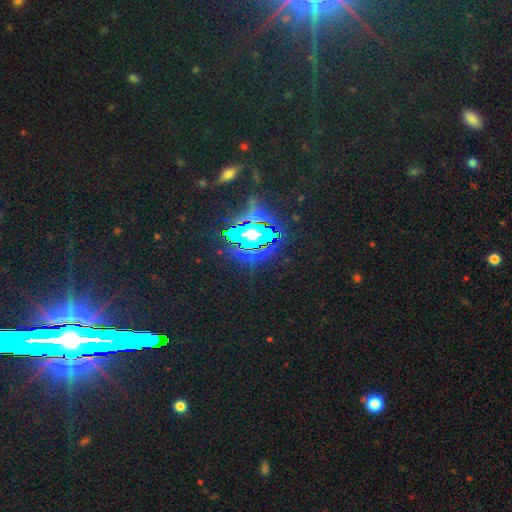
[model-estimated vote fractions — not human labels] smooth-or-featured: star or artifact: 84% | smooth: 9% | featured or disk: 7%